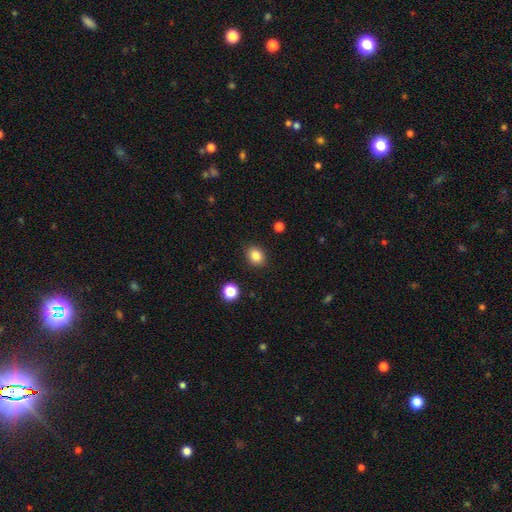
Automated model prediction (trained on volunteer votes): smooth-or-featured: smooth: 83% | star or artifact: 11% | featured or disk: 6%
  how-rounded: round: 52% | in between: 47% | cigar-shaped: 1%
  merging: none: 87% | minor disturbance: 9% | major disturbance: 2% | merger: 2%